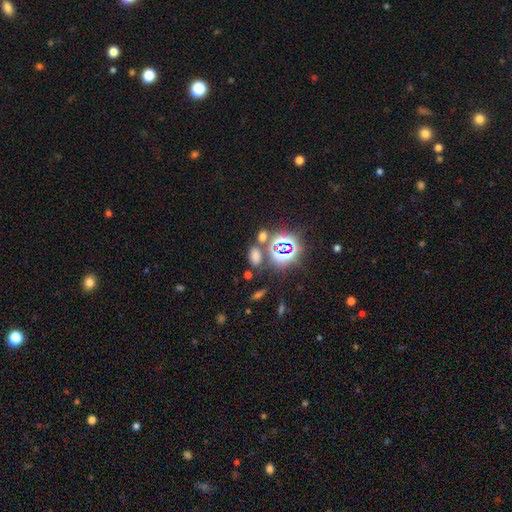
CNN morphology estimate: Q: Smooth or featured?
A: smooth (56%); runner-up: star or artifact (36%)
Q: How rounded?
A: in between (82%); runner-up: round (15%)
Q: Merging?
A: none (71%); runner-up: merger (13%)